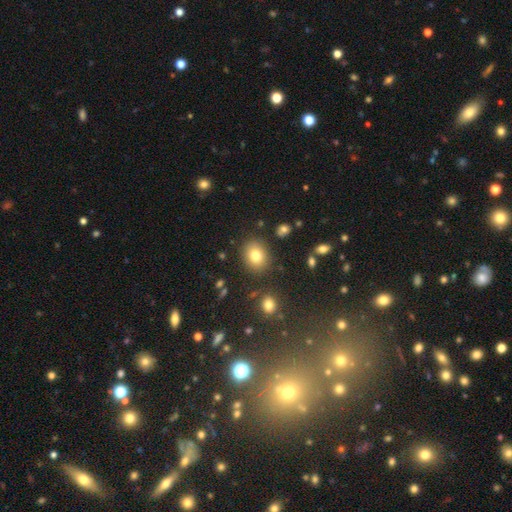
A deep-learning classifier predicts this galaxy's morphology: smooth_or_featured: smooth (p=0.79) [alt: star or artifact p=0.11]
how_rounded: round (p=0.58) [alt: in between p=0.41]
merging: none (p=0.85) [alt: minor disturbance p=0.09]